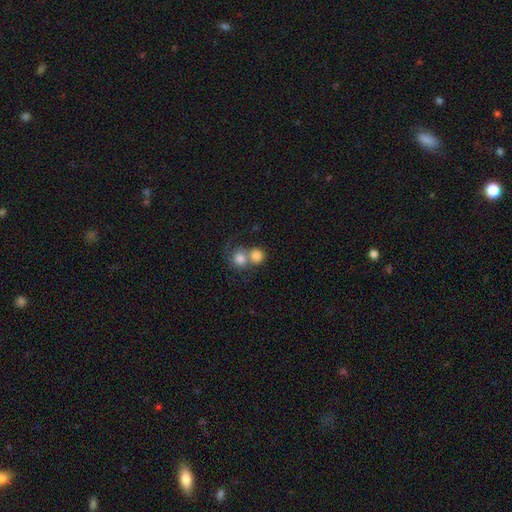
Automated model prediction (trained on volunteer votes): The model was most divided on "merging": merger: 61%, none: 30%, minor disturbance: 6%, major disturbance: 4%. More confident: how rounded — round (83%); smooth or featured — smooth (81%).